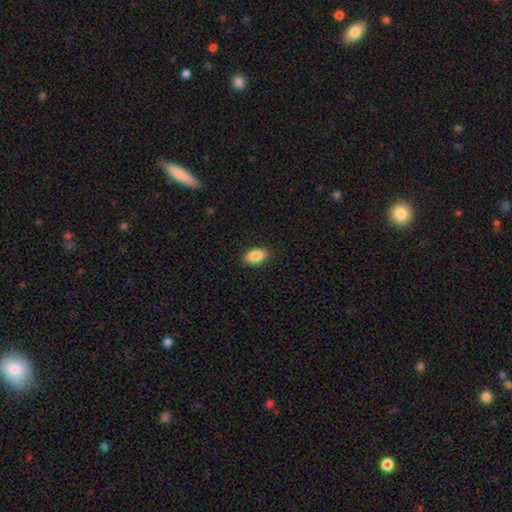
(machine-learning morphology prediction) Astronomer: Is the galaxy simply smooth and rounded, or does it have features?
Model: smooth — 86%.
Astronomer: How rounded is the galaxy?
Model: in between — 90%.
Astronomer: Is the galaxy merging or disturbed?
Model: none — 89%.